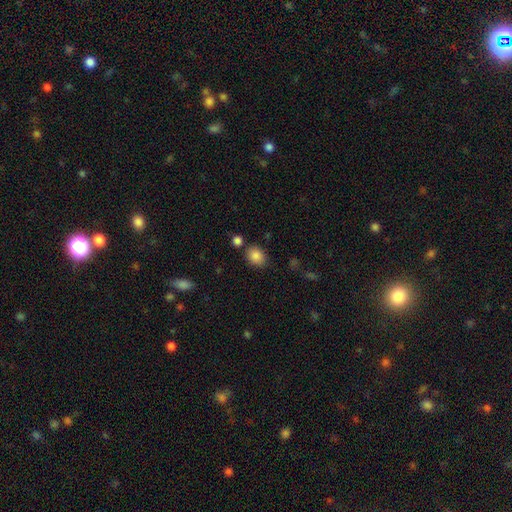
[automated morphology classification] Smooth or featured? Predicted: smooth (p=0.85). How rounded? Predicted: in between (p=0.52). Merging? Predicted: none (p=0.77).